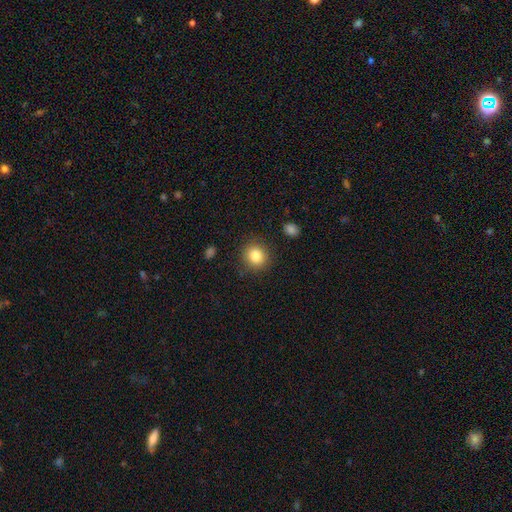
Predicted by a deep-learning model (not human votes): This appears to be a smooth galaxy with no disk features (84%) that is round (85%). Merging: none (87%).